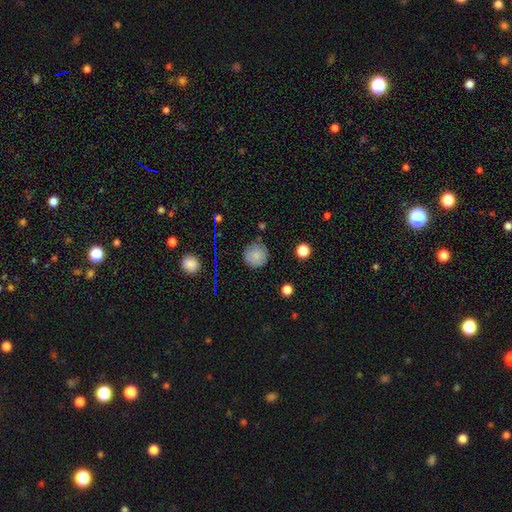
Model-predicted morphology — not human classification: type=smooth (80%); roundness=round (94%); merging=none (80%).